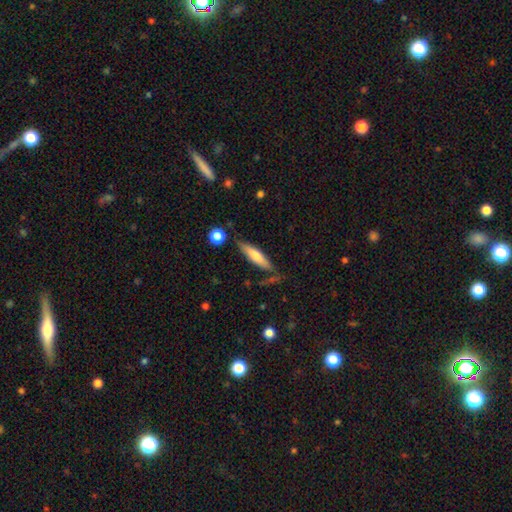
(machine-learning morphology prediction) Smooth or featured?
  - smooth: 62% *
  - featured or disk: 32%
  - star or artifact: 6%
How rounded?
  - cigar-shaped: 75% *
  - in between: 24%
  - round: 2%
Merging?
  - none: 71% *
  - minor disturbance: 18%
  - major disturbance: 5%
  - merger: 5%